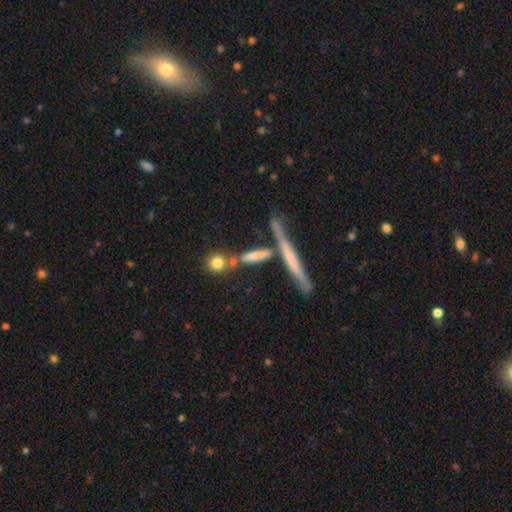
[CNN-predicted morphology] This appears to be a featured or disk galaxy (46%). Merging: none (64%).